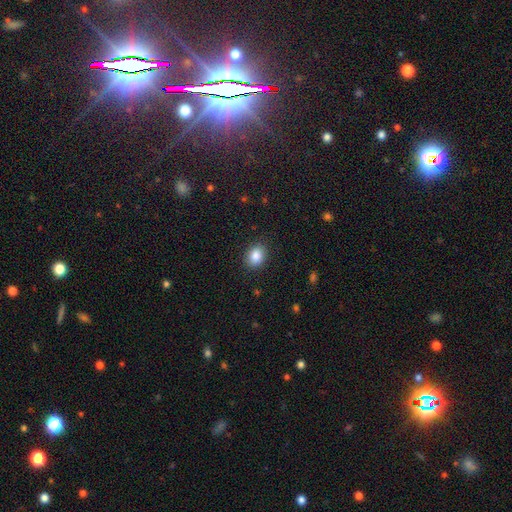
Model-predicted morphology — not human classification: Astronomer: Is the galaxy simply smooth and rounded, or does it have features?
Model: smooth — 86%.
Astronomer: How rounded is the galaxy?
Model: in between — 59% (runner-up: round, 40%).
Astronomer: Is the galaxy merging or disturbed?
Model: none — 88%.